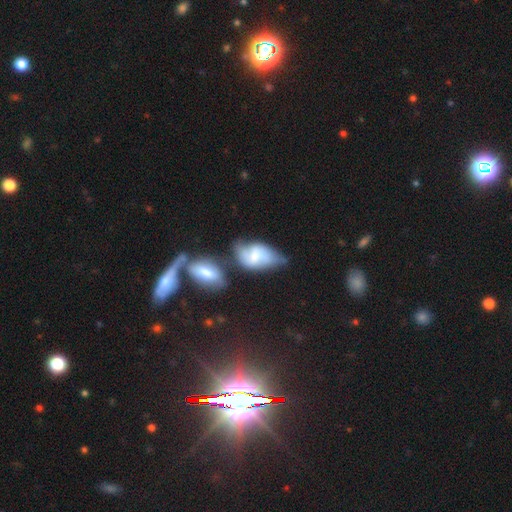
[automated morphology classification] Overall: smooth (48%; featured or disk 44%). Merging: merger (29%; none 28%).